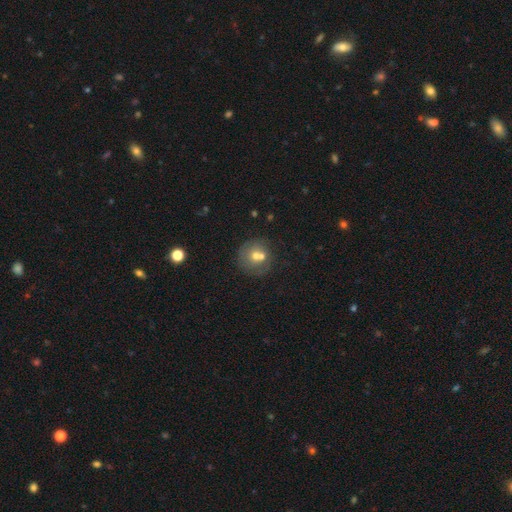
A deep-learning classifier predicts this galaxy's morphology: smooth 56%, featured or disk 34%, star or artifact 11%. Down the decision tree: how rounded — round (86%); merging — none (46%).